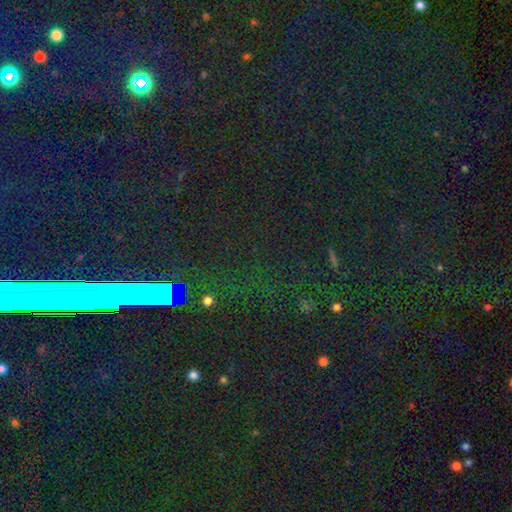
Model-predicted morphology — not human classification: Overall: star or artifact (79%).